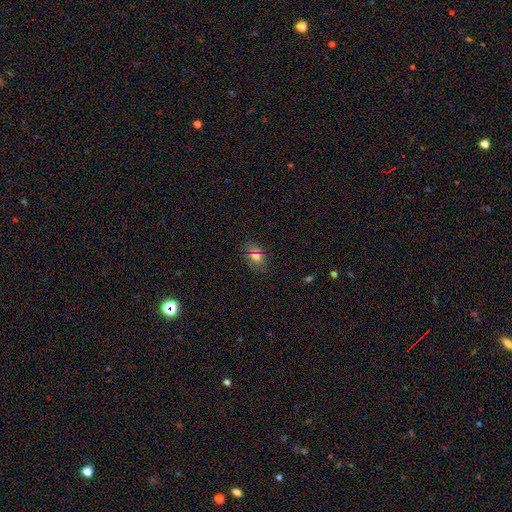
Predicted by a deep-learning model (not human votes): Smooth or featured: smooth — 69% (star or artifact — 16%)
How rounded: in between — 79% (round — 18%)
Merging: none — 82% (minor disturbance — 13%)